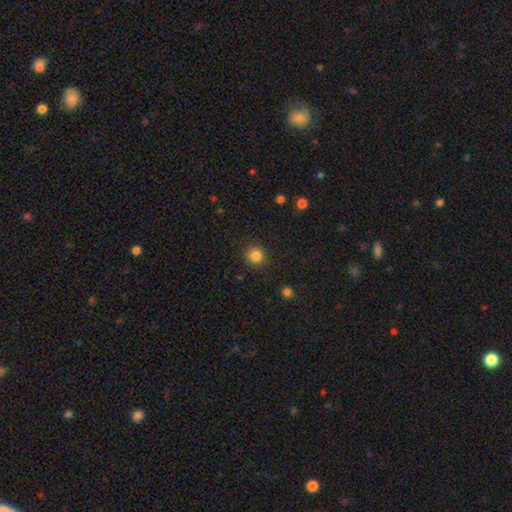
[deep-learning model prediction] A smooth galaxy with no disk features (84%) that is round (92%).

Vote fractions:
- Smooth or featured? smooth: 84% / star or artifact: 12% / featured or disk: 4%
- How rounded? round: 92% / in between: 7% / cigar-shaped: 1%
- Merging? none: 89% / minor disturbance: 7% / major disturbance: 2% / merger: 1%